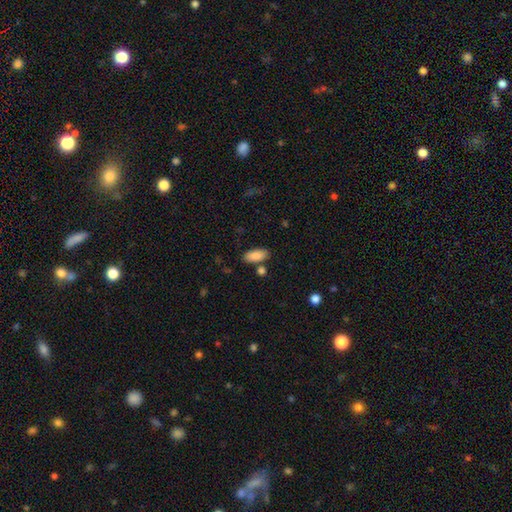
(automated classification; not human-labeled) A smooth galaxy with no disk features (88%) that is in between round and cigar-shaped (88%). Merging: none (79%).